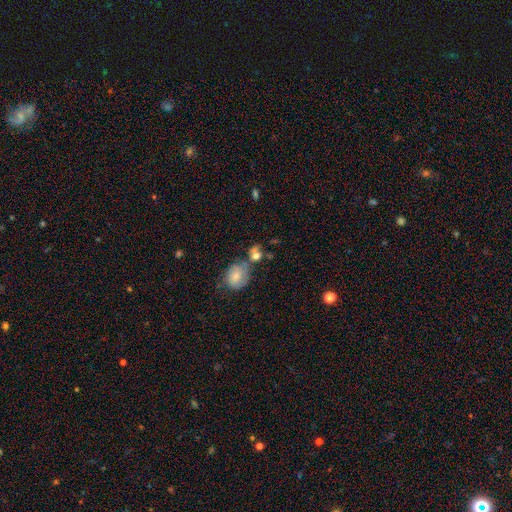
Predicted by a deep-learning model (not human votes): A smooth galaxy with no disk features (63%) that is round (62%).

Vote fractions:
- Smooth or featured? smooth: 63% / featured or disk: 24% / star or artifact: 12%
- How rounded? round: 62% / in between: 35% / cigar-shaped: 3%
- Merging? none: 39% / merger: 38% / minor disturbance: 14% / major disturbance: 9%